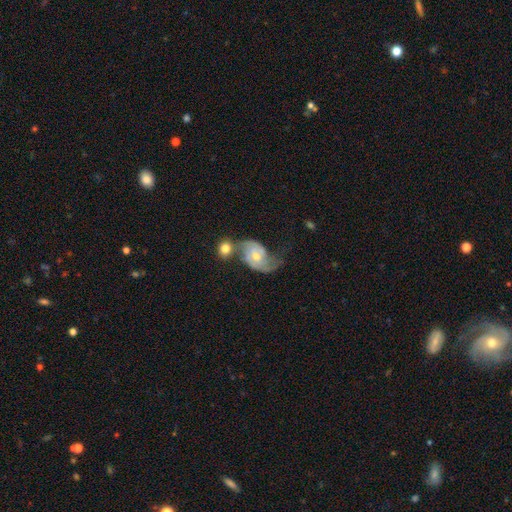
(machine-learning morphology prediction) smooth-or-featured: featured or disk: 79% | smooth: 14% | star or artifact: 7%
  disk-edge-on: no: 97% | yes: 3%
    bar: no: 64% | weak: 29% | strong: 6%
    has-spiral-arms: yes: 93% | no: 7%
      spiral-winding: medium: 43% | loose: 31% | tight: 26%
      spiral-arm-count: 2: 76% | can't tell: 10% | 1: 8% | 3: 3% | 4: 1% | more than 4: 1%
    bulge-size: moderate: 53% | small: 42% | large: 2% | none: 2% | dominant: 1%
  merging: none: 32% | merger: 31% | minor disturbance: 19% | major disturbance: 18%